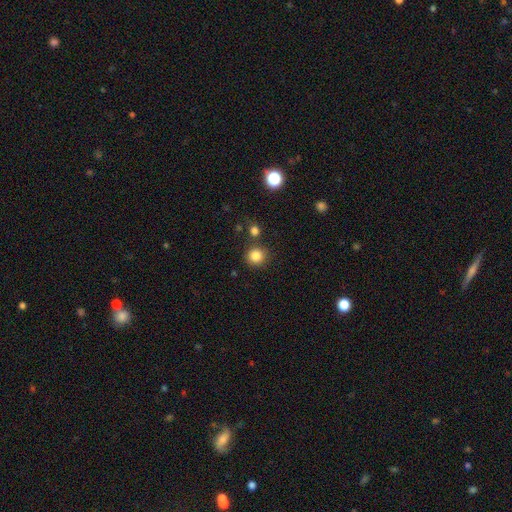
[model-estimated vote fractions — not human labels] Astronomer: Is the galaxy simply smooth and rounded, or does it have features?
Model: smooth — 84%.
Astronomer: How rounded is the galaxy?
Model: round — 92%.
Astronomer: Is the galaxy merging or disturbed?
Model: none — 83%.